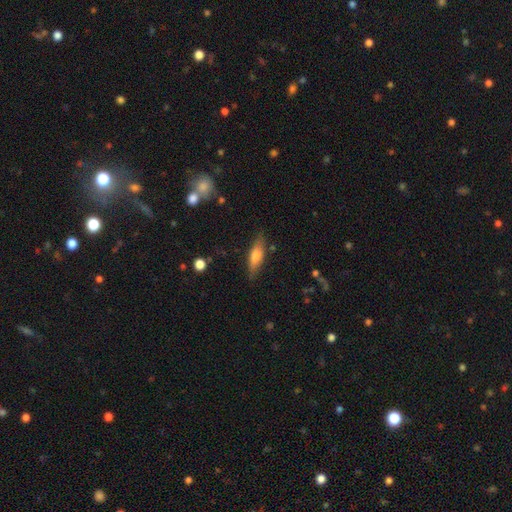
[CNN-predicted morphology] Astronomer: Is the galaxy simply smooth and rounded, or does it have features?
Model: smooth — 66%.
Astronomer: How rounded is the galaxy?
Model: cigar-shaped — 50% (runner-up: in between, 48%).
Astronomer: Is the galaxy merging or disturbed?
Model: none — 80%.